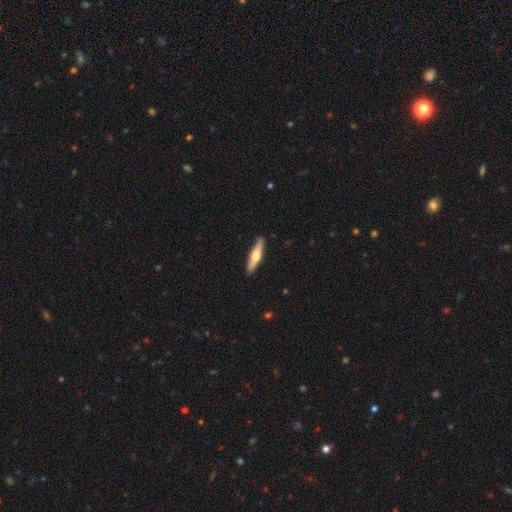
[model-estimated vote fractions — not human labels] Smooth or featured? smooth (52%)
How rounded? cigar-shaped (83%)
Merging? none (85%)